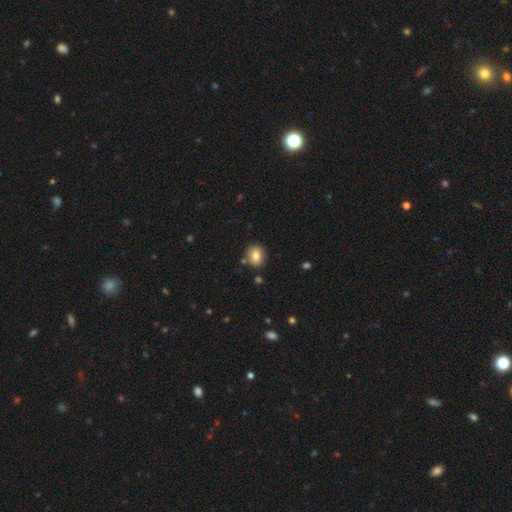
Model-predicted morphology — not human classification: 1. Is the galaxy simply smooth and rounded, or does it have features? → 80% smooth, 11% featured or disk, 10% star or artifact.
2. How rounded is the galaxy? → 57% round, 42% in between, 1% cigar-shaped.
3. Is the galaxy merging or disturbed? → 82% none, 11% minor disturbance, 5% merger, 2% major disturbance.